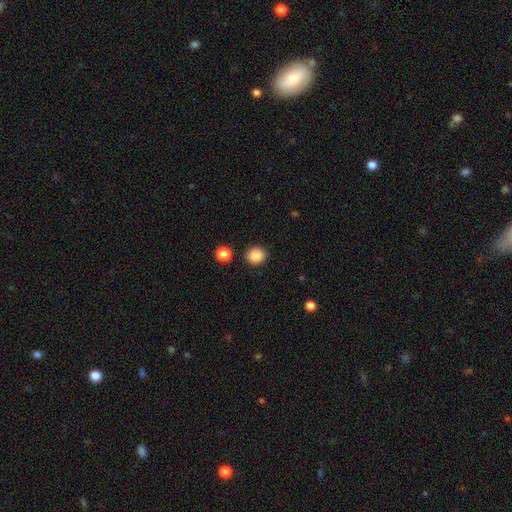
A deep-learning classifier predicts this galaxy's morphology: A smooth galaxy with no disk features (86%) that is round (83%). Merging: none (89%).